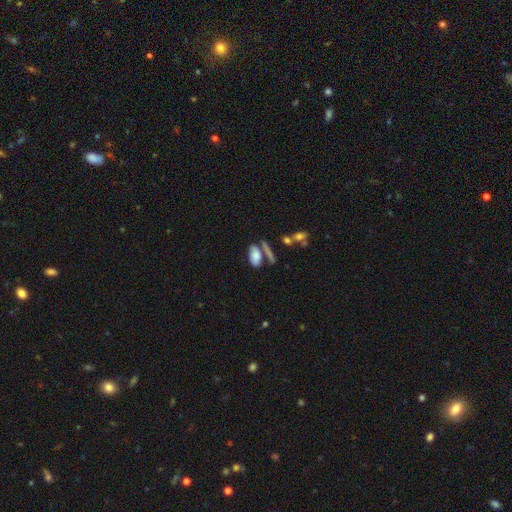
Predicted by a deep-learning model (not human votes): smooth_or_featured: smooth (p=0.74) [alt: featured or disk p=0.16]
how_rounded: in between (p=0.86) [alt: cigar-shaped p=0.08]
merging: none (p=0.48) [alt: merger p=0.24]